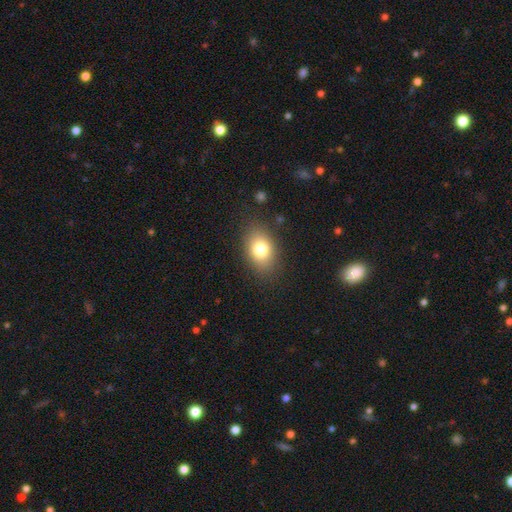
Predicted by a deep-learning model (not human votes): Smooth or featured? Predicted: smooth (p=0.72). How rounded? Predicted: in between (p=0.77). Merging? Predicted: none (p=0.89).